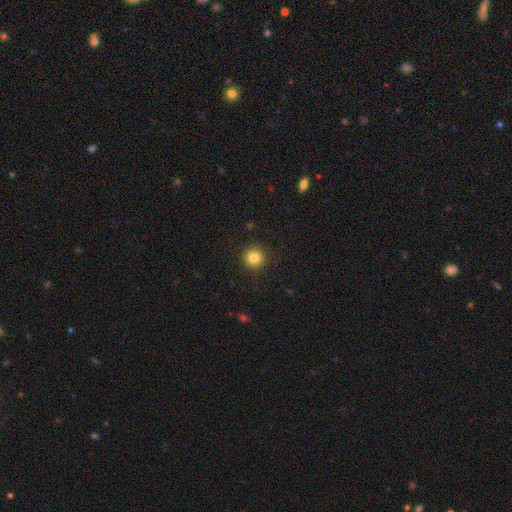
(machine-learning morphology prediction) A smooth galaxy with no disk features (83%) that is round (95%). Merging: none (93%).